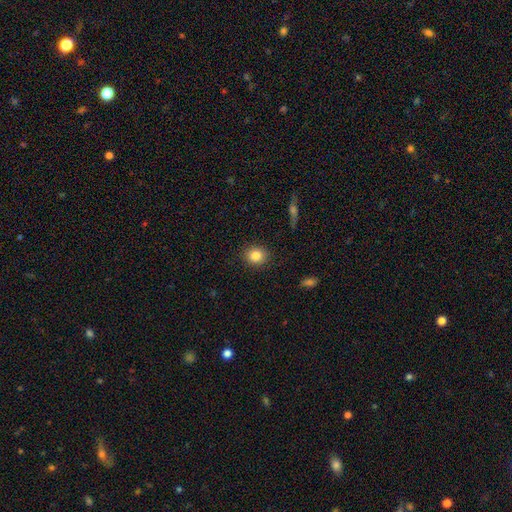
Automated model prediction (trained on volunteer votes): Overall: smooth (84%). How rounded: round (80%). Merging: none (90%).